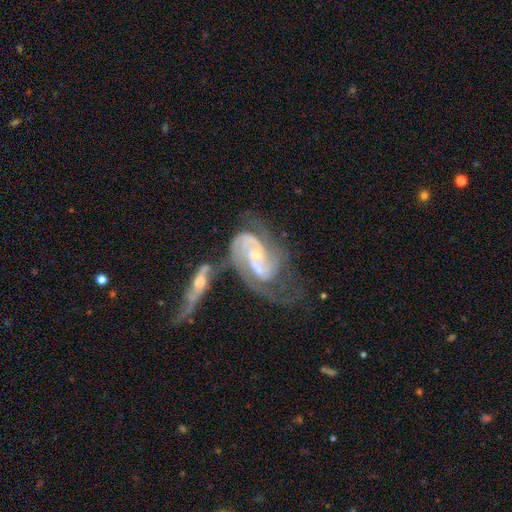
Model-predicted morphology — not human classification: Q: Smooth or featured?
A: featured or disk (89%); runner-up: smooth (6%)
Q: Edge-on disk?
A: no (95%); runner-up: yes (5%)
Q: Bar?
A: no (51%); runner-up: weak (35%)
Q: Spiral arms?
A: yes (96%); runner-up: no (4%)
Q: Spiral winding?
A: tight (43%); runner-up: medium (41%)
Q: Spiral arm count?
A: 2 (65%); runner-up: can't tell (16%)
Q: Bulge size?
A: small (58%); runner-up: moderate (36%)
Q: Merging?
A: merger (65%); runner-up: none (15%)